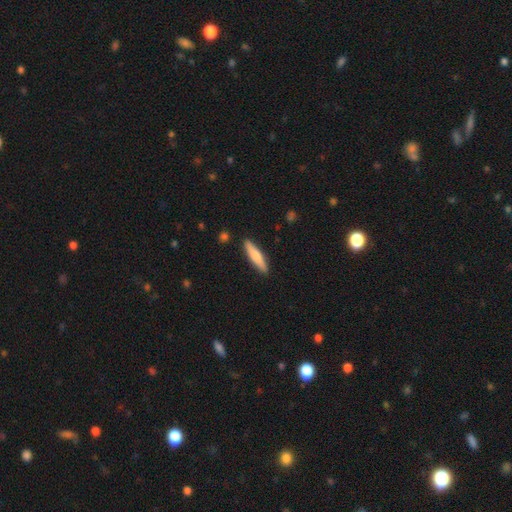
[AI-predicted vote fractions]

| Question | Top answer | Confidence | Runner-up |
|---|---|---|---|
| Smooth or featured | smooth | 67% | featured or disk (28%) |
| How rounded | cigar-shaped | 82% | in between (16%) |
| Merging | none | 89% | minor disturbance (8%) |